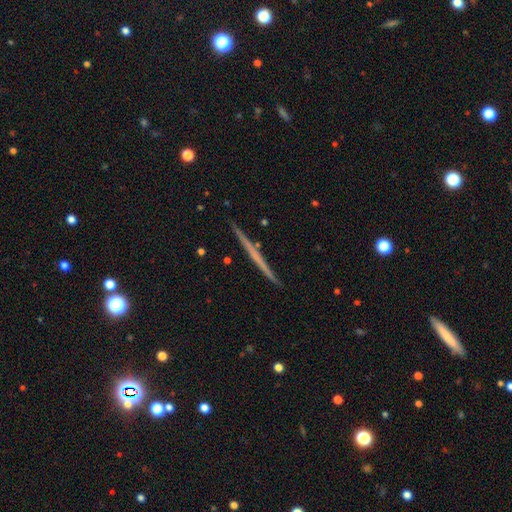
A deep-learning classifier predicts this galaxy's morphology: type=featured or disk (60%); edge-on=yes (98%); edge-on bulge=none (90%); merging=none (92%).